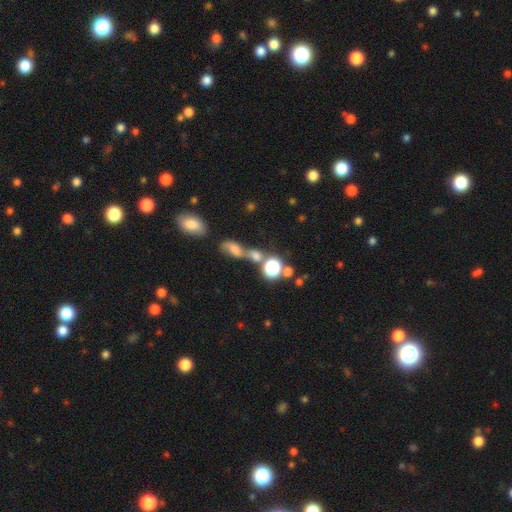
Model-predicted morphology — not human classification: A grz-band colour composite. It shows a smooth galaxy with no disk features (59%) that is round (56%). Merging: merger (51%).